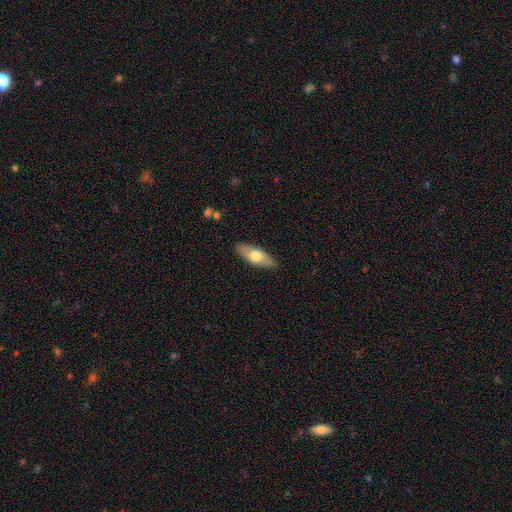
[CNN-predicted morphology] smooth 65%, featured or disk 30%, star or artifact 5%. Down the decision tree: how rounded — in between (74%); merging — none (88%).